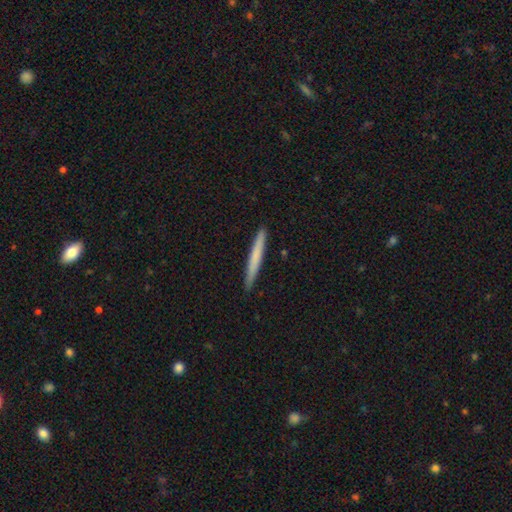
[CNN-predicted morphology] Smooth or featured?
  - smooth: 68% *
  - featured or disk: 27%
  - star or artifact: 5%
How rounded?
  - cigar-shaped: 97% *
  - in between: 2%
  - round: 1%
Merging?
  - none: 91% *
  - minor disturbance: 6%
  - major disturbance: 1%
  - merger: 1%